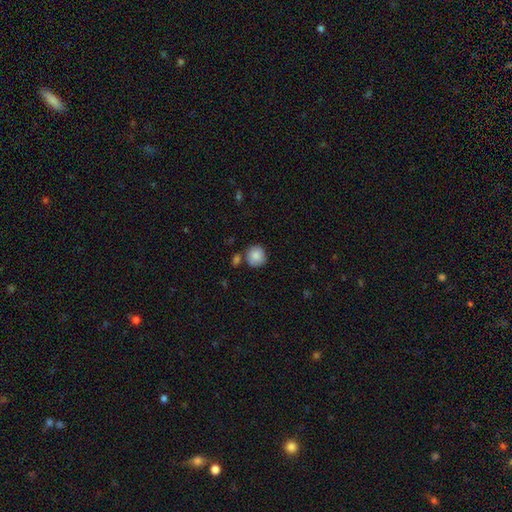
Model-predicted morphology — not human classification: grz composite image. It shows a smooth galaxy with no disk features (85%) that is round (91%). Merging: none (73%).